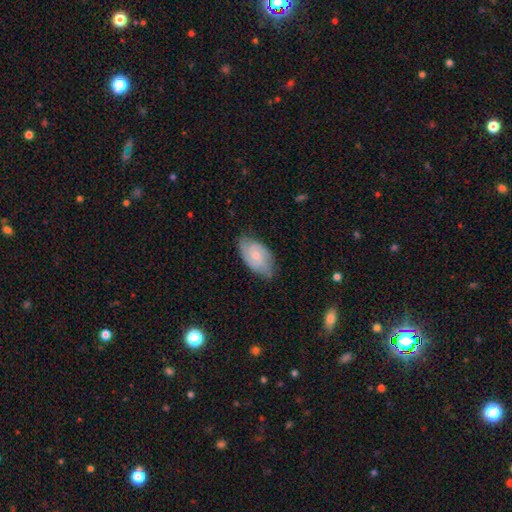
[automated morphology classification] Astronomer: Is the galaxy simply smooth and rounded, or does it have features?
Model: featured or disk — 63%.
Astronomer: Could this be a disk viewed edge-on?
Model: no — 96%.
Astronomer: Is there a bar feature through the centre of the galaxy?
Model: no — 62%.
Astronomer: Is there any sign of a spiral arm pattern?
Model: yes — 92%.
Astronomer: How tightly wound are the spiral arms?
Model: tight — 47% (runner-up: medium, 41%).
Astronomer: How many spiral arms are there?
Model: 2 — 55%.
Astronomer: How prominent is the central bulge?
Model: small — 57% (runner-up: moderate, 33%).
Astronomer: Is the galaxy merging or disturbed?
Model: none — 71%.